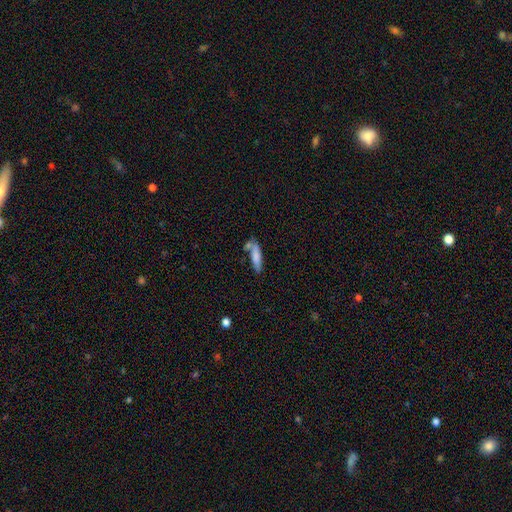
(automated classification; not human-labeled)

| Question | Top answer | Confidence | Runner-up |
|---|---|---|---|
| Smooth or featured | smooth | 77% | featured or disk (17%) |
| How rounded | cigar-shaped | 71% | in between (27%) |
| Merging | none | 54% | merger (21%) |